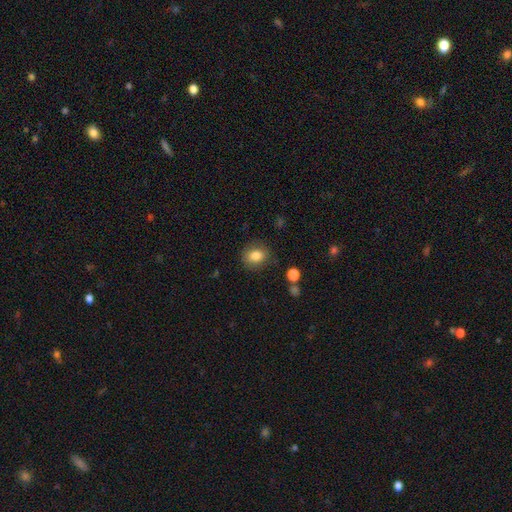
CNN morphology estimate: smooth 82%, star or artifact 9%, featured or disk 9%. Down the decision tree: how rounded — round (59%); merging — none (82%).